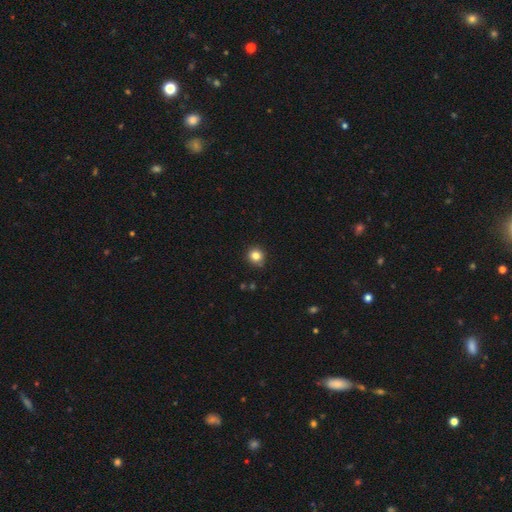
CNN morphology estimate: Overall: smooth (83%). How rounded: round (88%). Merging: none (89%).